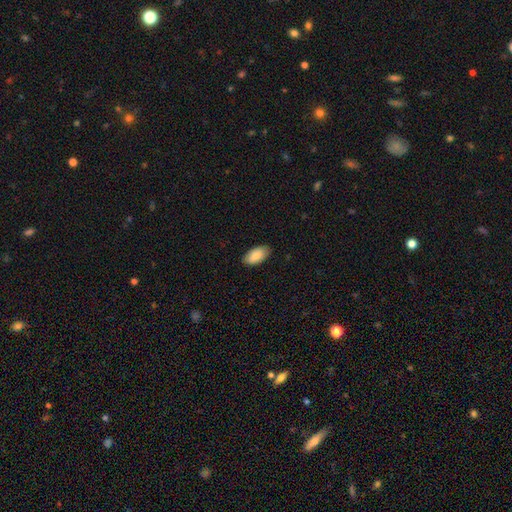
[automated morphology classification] This appears to be a smooth galaxy with no disk features (87%) that is in between round and cigar-shaped (95%). Merging: none (87%).